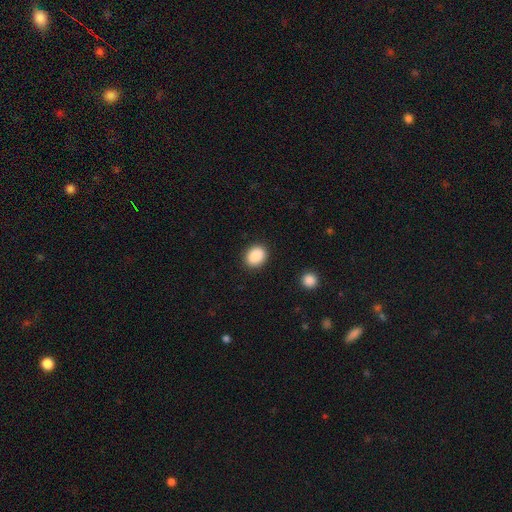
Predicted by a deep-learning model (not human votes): smooth 89%, star or artifact 8%, featured or disk 3%. Down the decision tree: how rounded — round (50%); merging — none (89%).